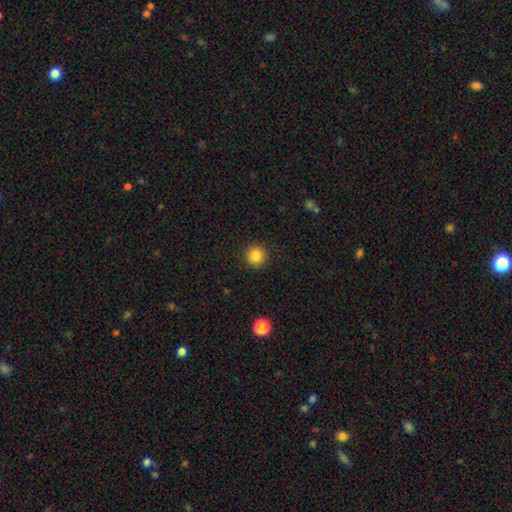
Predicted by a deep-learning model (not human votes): Smooth or featured?
  - smooth: 85% *
  - star or artifact: 11%
  - featured or disk: 5%
How rounded?
  - round: 95% *
  - in between: 4%
  - cigar-shaped: 1%
Merging?
  - none: 92% *
  - minor disturbance: 5%
  - major disturbance: 2%
  - merger: 1%